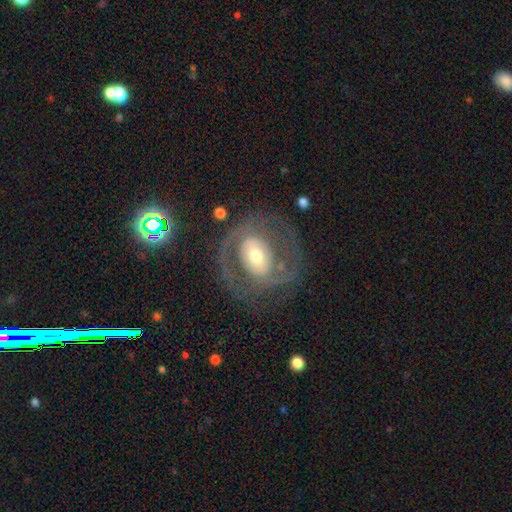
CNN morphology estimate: Smooth or featured? Predicted: featured or disk (p=0.76). Edge-on disk? Predicted: no (p=0.96). Bar? Predicted: no (p=0.37). Spiral arms? Predicted: yes (p=0.70). Spiral winding? Predicted: medium (p=0.45). Spiral arm count? Predicted: 2 (p=0.71). Bulge size? Predicted: moderate (p=0.60). Merging? Predicted: none (p=0.69).